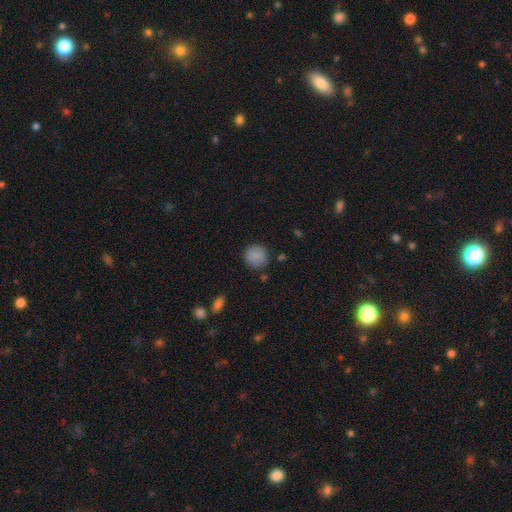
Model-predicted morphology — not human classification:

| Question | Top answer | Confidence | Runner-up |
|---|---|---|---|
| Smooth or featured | smooth | 86% | star or artifact (8%) |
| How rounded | round | 90% | in between (9%) |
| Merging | none | 85% | minor disturbance (10%) |